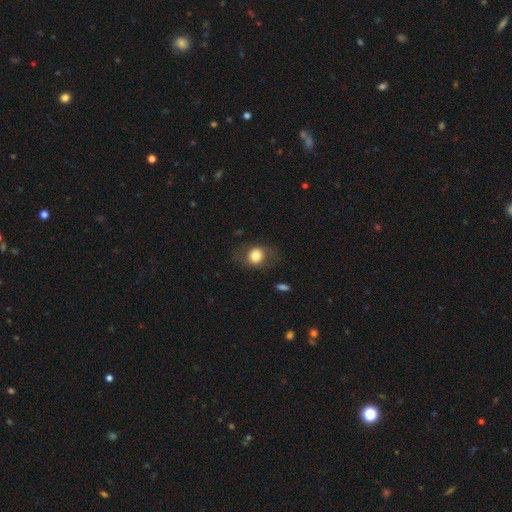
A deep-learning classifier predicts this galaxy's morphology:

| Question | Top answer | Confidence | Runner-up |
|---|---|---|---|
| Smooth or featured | smooth | 76% | featured or disk (16%) |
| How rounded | round | 61% | in between (37%) |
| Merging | none | 72% | minor disturbance (17%) |